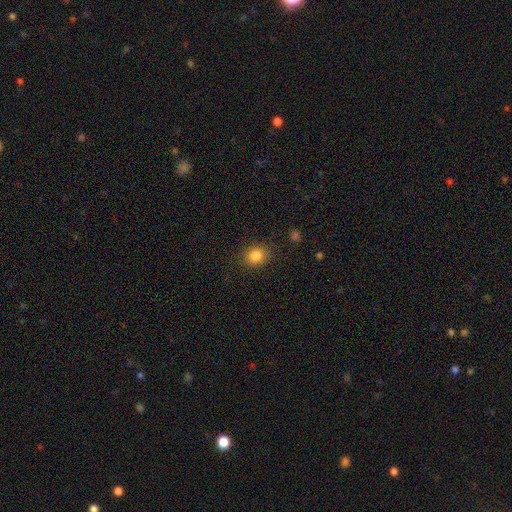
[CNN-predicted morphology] This is clearly a smooth galaxy (84%). How rounded: likely round (69%). Merging: clearly none (86%).